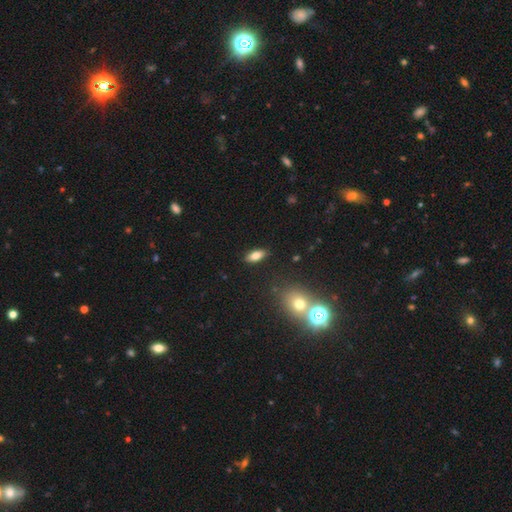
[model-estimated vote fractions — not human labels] Overall: smooth (76%). How rounded: in between (82%). Merging: none (87%).